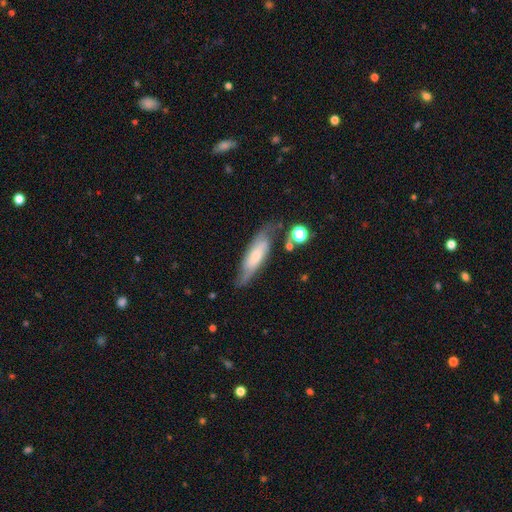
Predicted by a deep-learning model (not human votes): smooth_or_featured: featured or disk (p=0.48) [alt: smooth p=0.44]
merging: none (p=0.67) [alt: minor disturbance p=0.21]